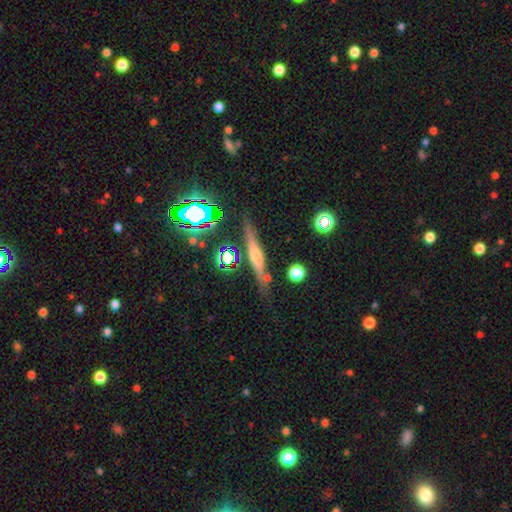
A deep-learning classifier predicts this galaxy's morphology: type=featured or disk (53%); edge-on=yes (92%); merging=none (78%).